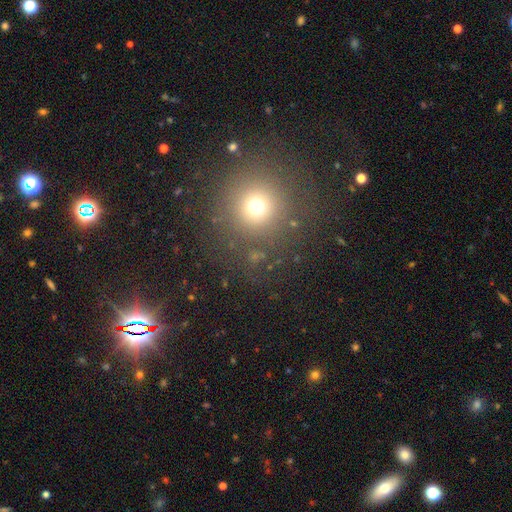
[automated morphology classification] Smooth or featured?
  - smooth: 58% *
  - star or artifact: 33%
  - featured or disk: 9%
How rounded?
  - round: 94% *
  - in between: 5%
  - cigar-shaped: 1%
Merging?
  - none: 85% *
  - minor disturbance: 8%
  - major disturbance: 4%
  - merger: 3%